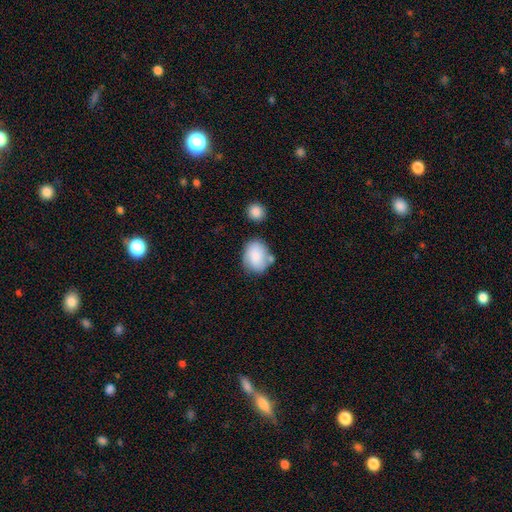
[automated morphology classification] Smooth or featured: smooth — 83% (featured or disk — 10%)
How rounded: in between — 62% (round — 37%)
Merging: none — 60% (minor disturbance — 21%)